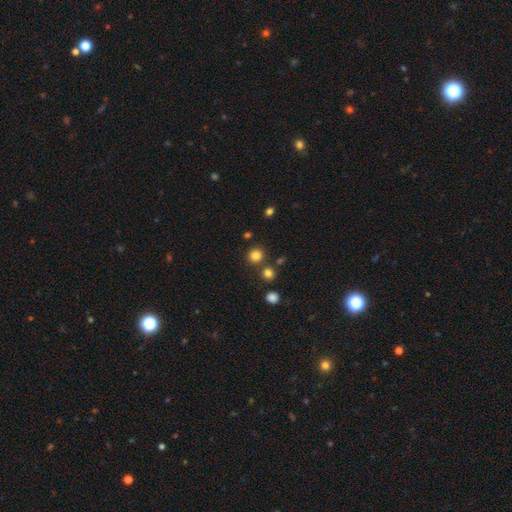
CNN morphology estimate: smooth-or-featured: smooth: 81% | star or artifact: 14% | featured or disk: 4%
  how-rounded: round: 92% | in between: 7% | cigar-shaped: 1%
  merging: none: 81% | merger: 9% | minor disturbance: 7% | major disturbance: 3%